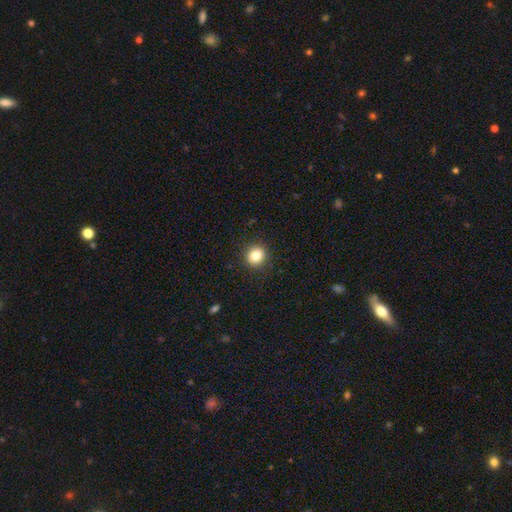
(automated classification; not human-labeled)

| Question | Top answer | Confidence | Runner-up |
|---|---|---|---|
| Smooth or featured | smooth | 83% | star or artifact (11%) |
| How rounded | round | 86% | in between (13%) |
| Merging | none | 91% | minor disturbance (6%) |